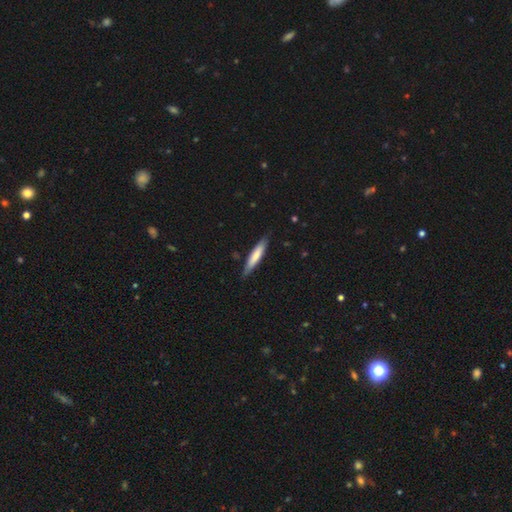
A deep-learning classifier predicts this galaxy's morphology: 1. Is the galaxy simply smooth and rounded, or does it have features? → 69% smooth, 26% featured or disk, 5% star or artifact.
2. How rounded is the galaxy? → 88% cigar-shaped, 10% in between, 1% round.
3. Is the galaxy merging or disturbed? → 84% none, 13% minor disturbance, 2% major disturbance, 1% merger.